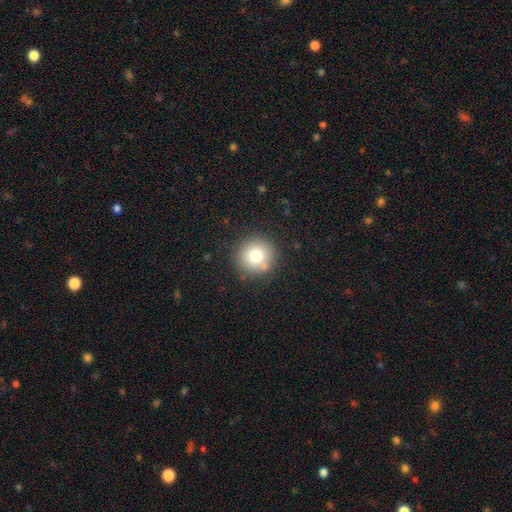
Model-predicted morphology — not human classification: The model was most divided on "smooth or featured": smooth: 76%, featured or disk: 12%, star or artifact: 12%. More confident: how rounded — round (94%); merging — none (85%).